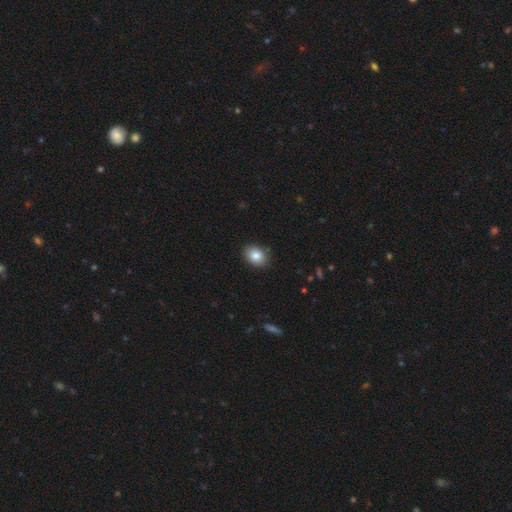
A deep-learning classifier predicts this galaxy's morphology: The model was most divided on "how rounded": in between: 67%, round: 32%, cigar-shaped: 1%. More confident: merging — none (88%); smooth or featured — smooth (84%).